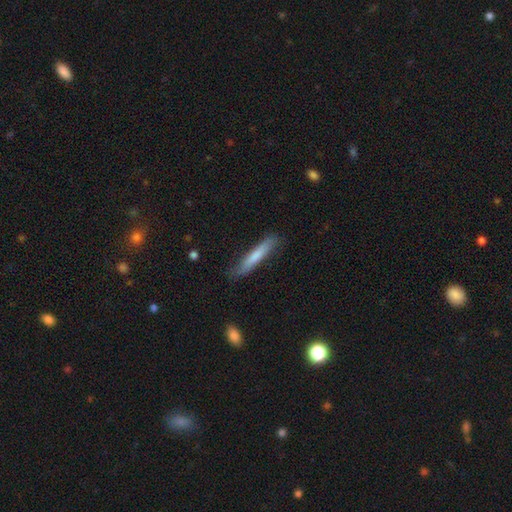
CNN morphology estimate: This appears to be a smooth galaxy with no disk features (72%) that is cigar-shaped (92%). Merging: none (79%).